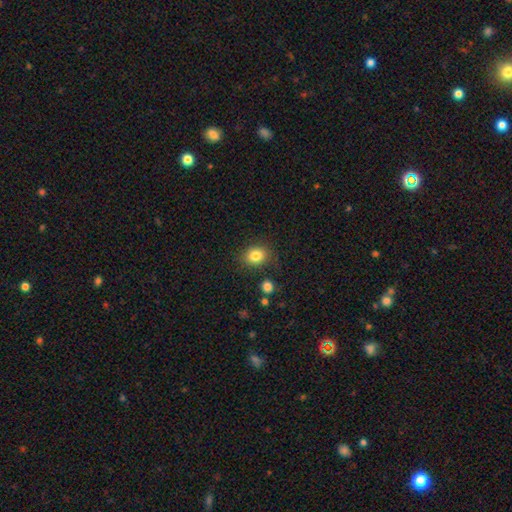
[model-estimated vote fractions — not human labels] A smooth galaxy with no disk features (83%) that is round (58%). Merging: none (82%).